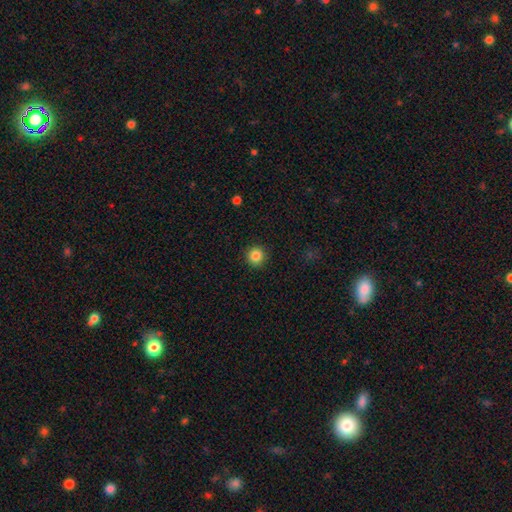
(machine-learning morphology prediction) Smooth or featured? Predicted: smooth (p=0.85). How rounded? Predicted: round (p=0.94). Merging? Predicted: none (p=0.92).